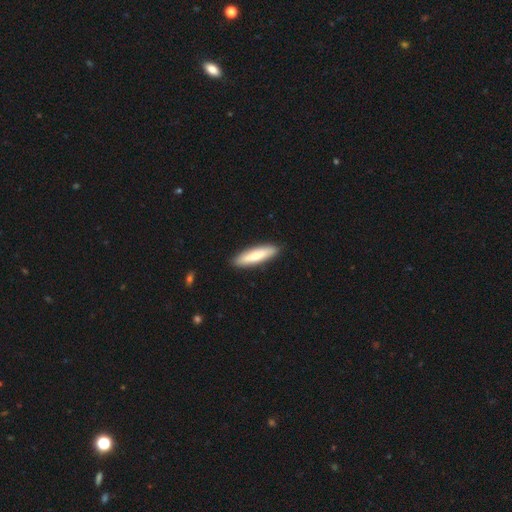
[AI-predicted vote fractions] This appears to be a smooth galaxy with no disk features (73%) that is cigar-shaped (72%). Merging: none (90%).